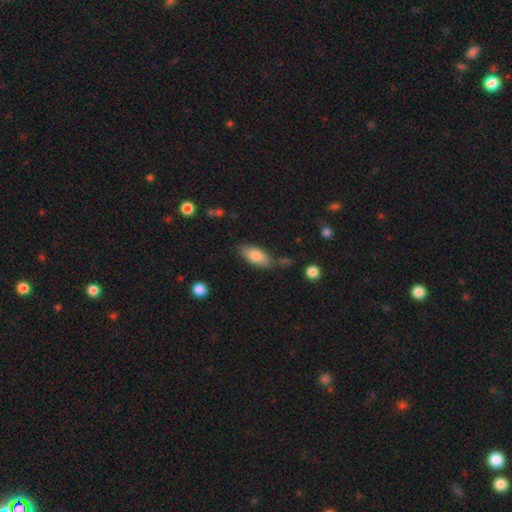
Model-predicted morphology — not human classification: smooth-or-featured: smooth: 79% | featured or disk: 15% | star or artifact: 6%
  how-rounded: in between: 86% | cigar-shaped: 11% | round: 3%
  merging: none: 66% | minor disturbance: 20% | merger: 9% | major disturbance: 5%